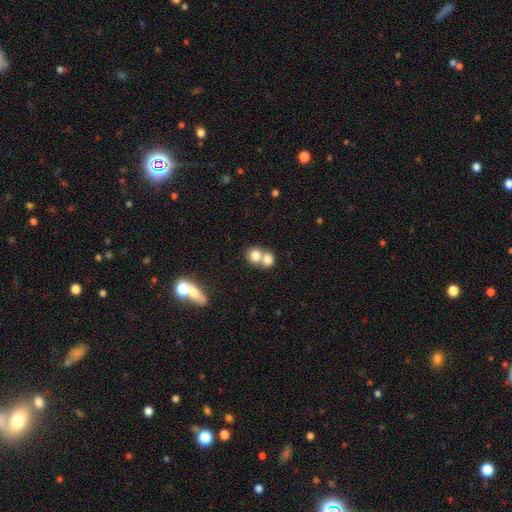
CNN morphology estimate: The model was most divided on "merging": merger: 61%, none: 31%, minor disturbance: 6%, major disturbance: 3%. More confident: smooth or featured — smooth (78%); how rounded — round (71%).